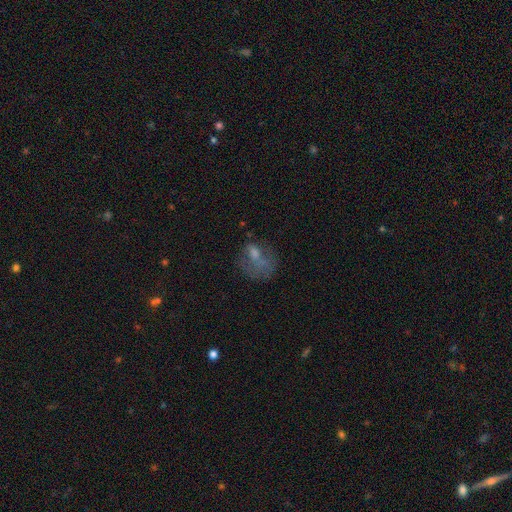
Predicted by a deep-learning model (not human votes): This appears to be a smooth galaxy with no disk features (50%). Merging: major disturbance (40%).